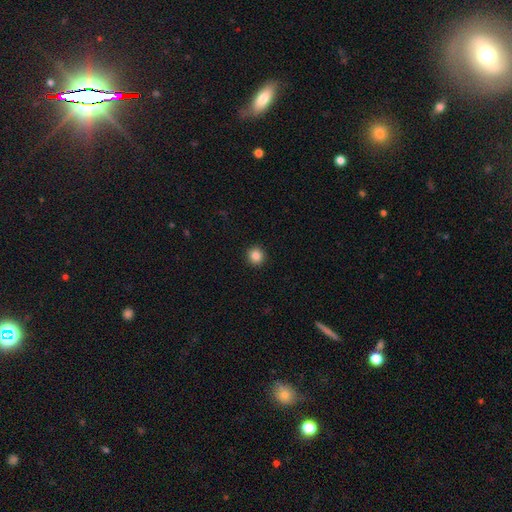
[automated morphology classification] A smooth galaxy with no disk features (86%) that is round (93%). Merging: none (93%).